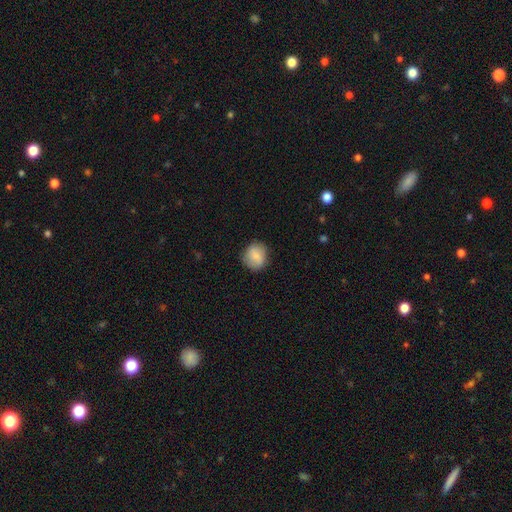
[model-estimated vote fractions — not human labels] Q: Smooth or featured?
A: smooth (80%); runner-up: featured or disk (12%)
Q: How rounded?
A: round (81%); runner-up: in between (18%)
Q: Merging?
A: none (83%); runner-up: minor disturbance (13%)